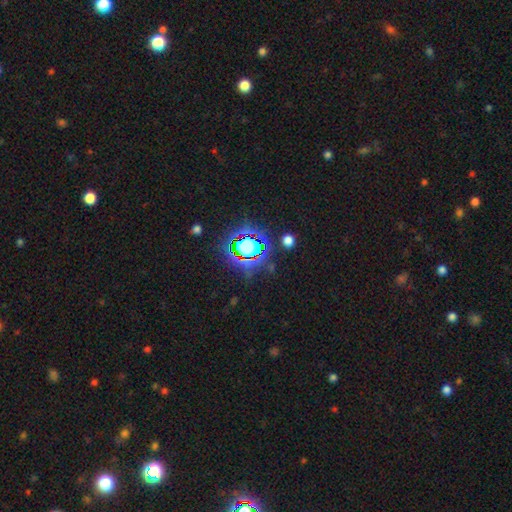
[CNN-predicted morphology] star or artifact 82%, smooth 11%, featured or disk 7%.